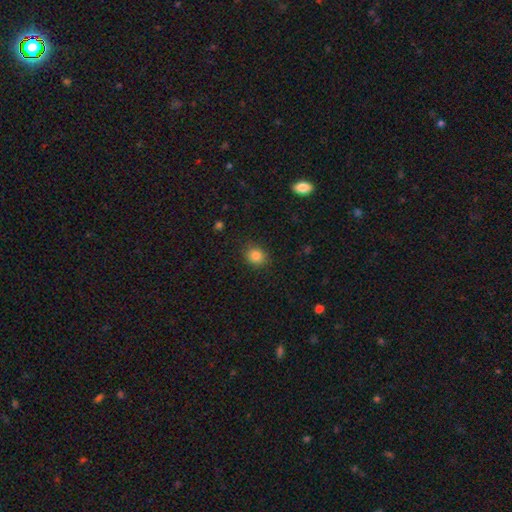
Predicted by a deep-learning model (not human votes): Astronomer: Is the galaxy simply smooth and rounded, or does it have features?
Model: smooth — 84%.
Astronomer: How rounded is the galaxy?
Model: round — 67%.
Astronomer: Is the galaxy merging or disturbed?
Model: none — 86%.